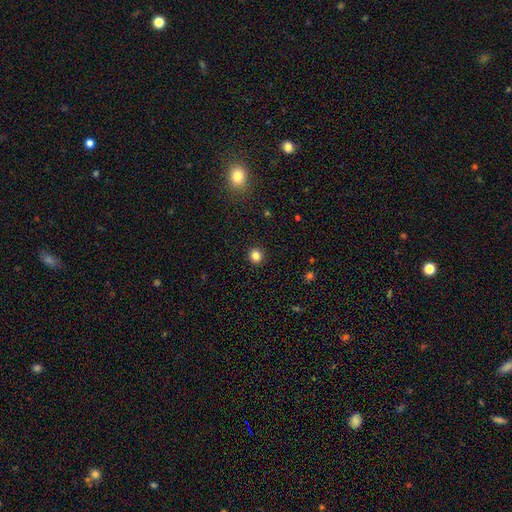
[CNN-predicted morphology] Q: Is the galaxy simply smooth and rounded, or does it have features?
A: smooth — 83%.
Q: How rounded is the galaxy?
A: round — 92%.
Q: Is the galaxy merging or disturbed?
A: none — 93%.